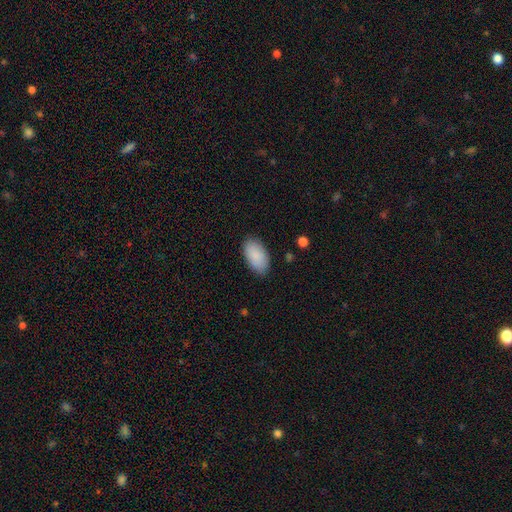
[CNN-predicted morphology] The model was most divided on "merging": none: 85%, minor disturbance: 11%, major disturbance: 3%, merger: 1%. More confident: how rounded — in between (95%); smooth or featured — smooth (89%).